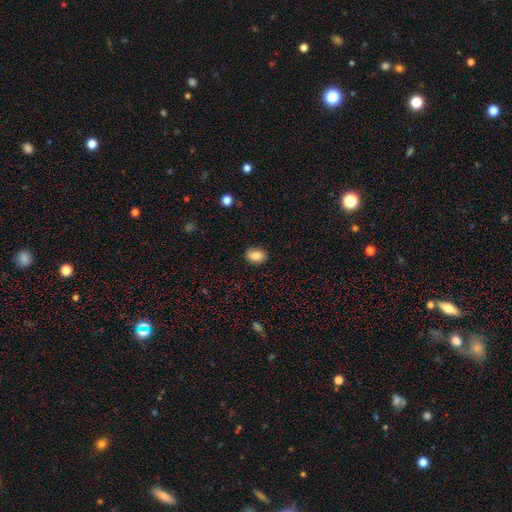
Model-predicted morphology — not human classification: A smooth galaxy with no disk features (85%) that is in between round and cigar-shaped (77%). Merging: none (76%).